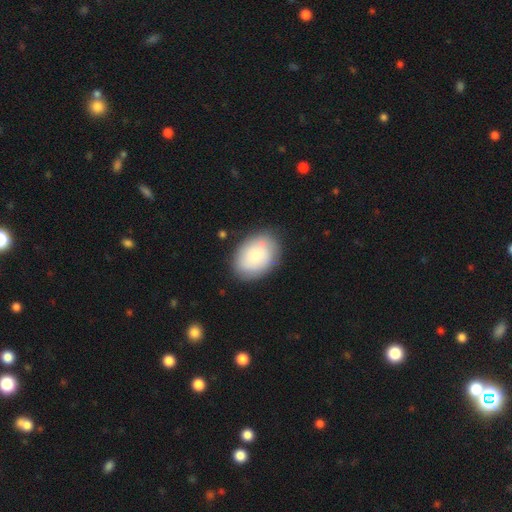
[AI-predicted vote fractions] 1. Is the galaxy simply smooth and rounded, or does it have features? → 76% smooth, 17% featured or disk, 6% star or artifact.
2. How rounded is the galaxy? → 79% in between, 20% round, 1% cigar-shaped.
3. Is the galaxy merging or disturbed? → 80% none, 14% minor disturbance, 4% major disturbance, 2% merger.